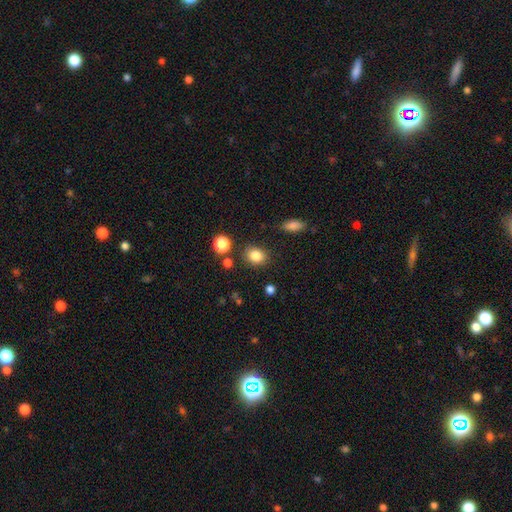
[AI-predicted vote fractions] Q: Smooth or featured?
A: smooth (84%); runner-up: star or artifact (11%)
Q: How rounded?
A: round (59%); runner-up: in between (40%)
Q: Merging?
A: none (82%); runner-up: minor disturbance (10%)